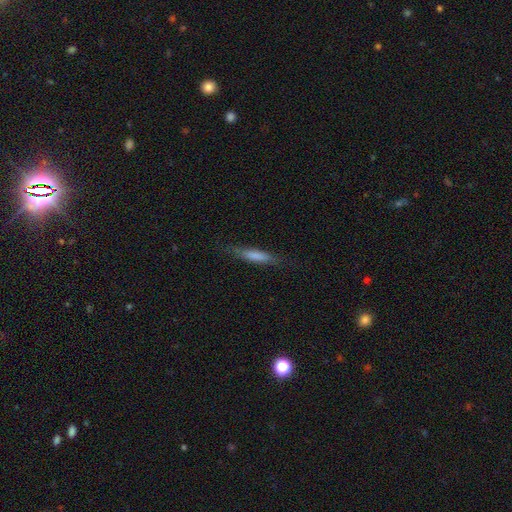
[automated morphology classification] type=smooth (72%); roundness=cigar-shaped (84%); merging=none (78%).